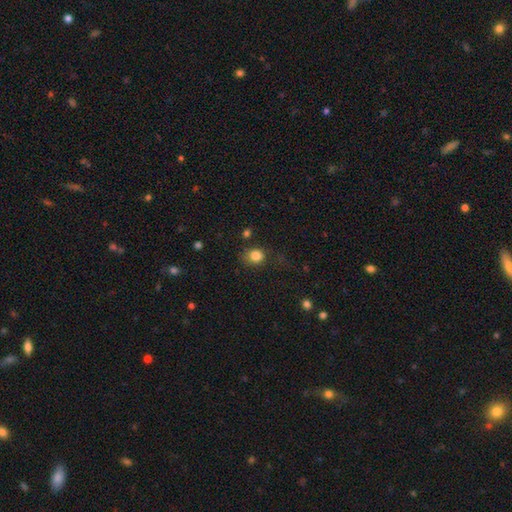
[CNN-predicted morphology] A smooth galaxy with no disk features (83%) that is round (64%).

Vote fractions:
- Smooth or featured? smooth: 83% / star or artifact: 11% / featured or disk: 6%
- How rounded? round: 64% / in between: 35% / cigar-shaped: 1%
- Merging? none: 68% / minor disturbance: 21% / major disturbance: 8% / merger: 3%